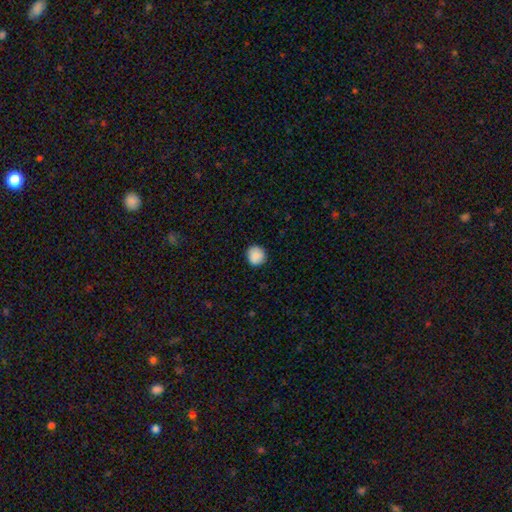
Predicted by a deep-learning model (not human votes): Smooth or featured?
  - smooth: 88% *
  - star or artifact: 8%
  - featured or disk: 4%
How rounded?
  - round: 91% *
  - in between: 8%
  - cigar-shaped: 1%
Merging?
  - none: 90% *
  - minor disturbance: 8%
  - major disturbance: 2%
  - merger: 1%